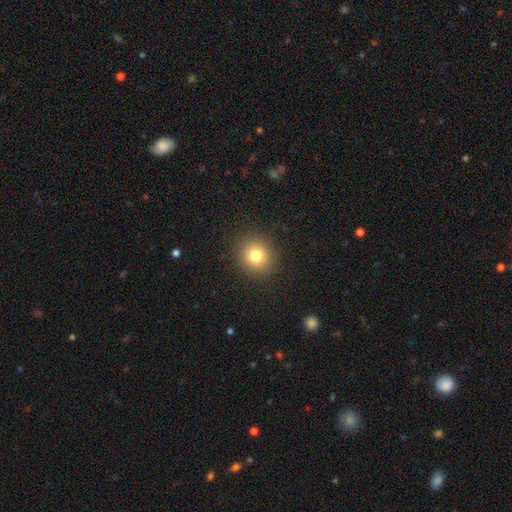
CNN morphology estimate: Smooth or featured?
  - smooth: 80% *
  - star or artifact: 12%
  - featured or disk: 8%
How rounded?
  - round: 88% *
  - in between: 11%
  - cigar-shaped: 1%
Merging?
  - none: 90% *
  - minor disturbance: 6%
  - major disturbance: 3%
  - merger: 1%